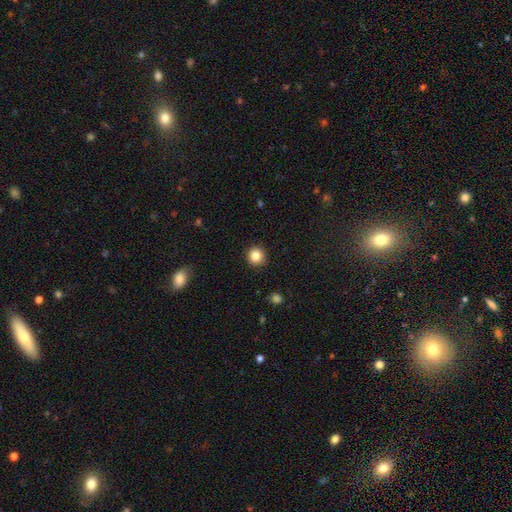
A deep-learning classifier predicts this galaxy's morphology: Smooth or featured? Predicted: smooth (p=0.84). How rounded? Predicted: round (p=0.94). Merging? Predicted: none (p=0.91).